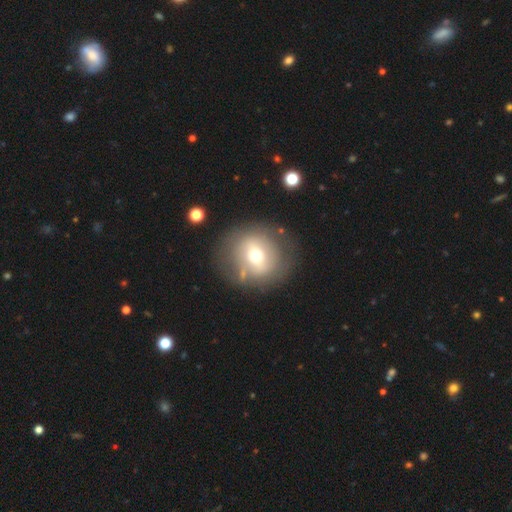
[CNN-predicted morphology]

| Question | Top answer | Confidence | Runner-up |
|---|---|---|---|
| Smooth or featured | smooth | 50% | featured or disk (40%) |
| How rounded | round | 86% | in between (13%) |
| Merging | none | 74% | minor disturbance (14%) |